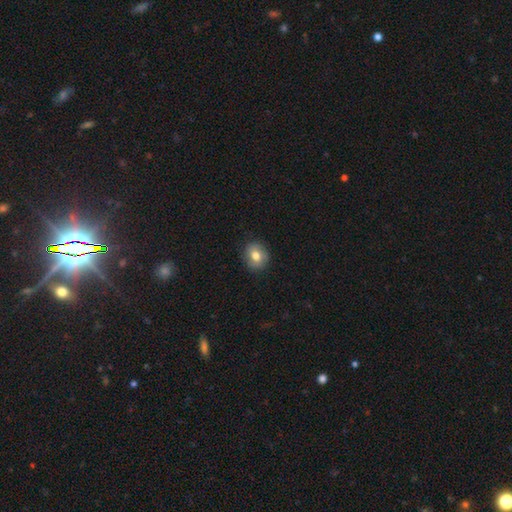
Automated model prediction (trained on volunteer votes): smooth-or-featured: smooth: 77% | featured or disk: 14% | star or artifact: 9%
  how-rounded: round: 78% | in between: 21% | cigar-shaped: 1%
  merging: none: 88% | minor disturbance: 9% | major disturbance: 2% | merger: 1%